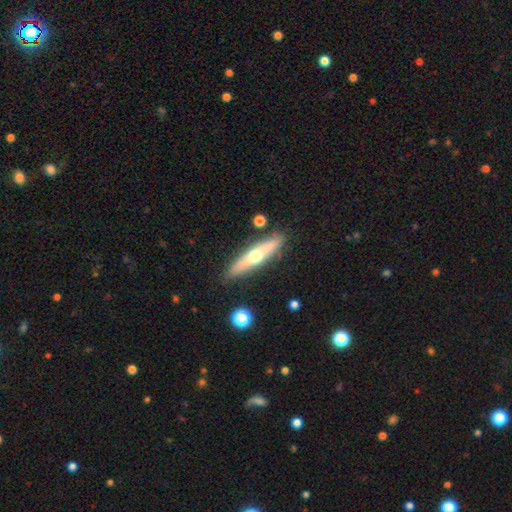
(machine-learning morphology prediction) This is possibly a featured or disk galaxy (51%). It is clearly viewed edge-on (86%). Merging: clearly none (86%).